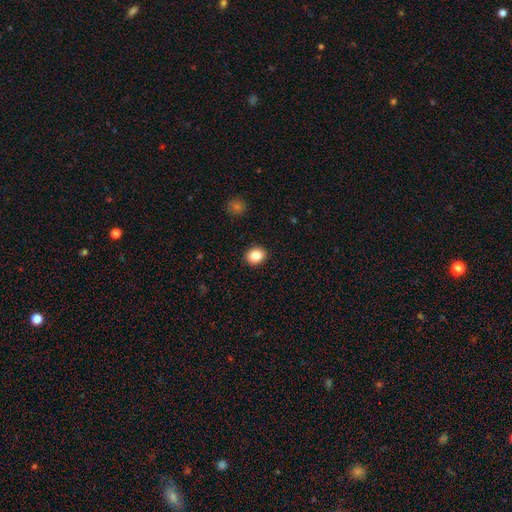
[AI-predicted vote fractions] smooth 85%, star or artifact 9%, featured or disk 6%. Down the decision tree: how rounded — round (54%); merging — none (91%).